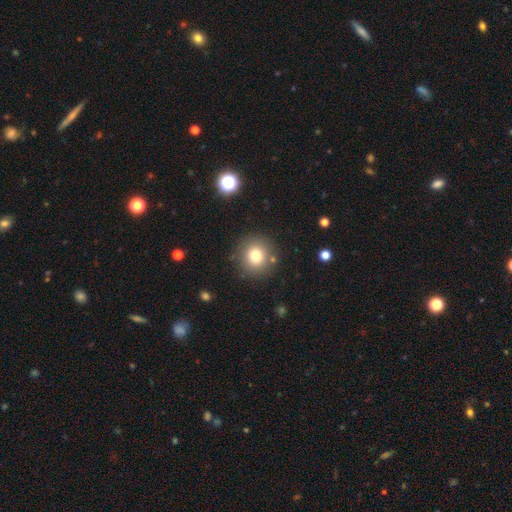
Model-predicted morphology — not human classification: smooth-or-featured: smooth: 77% | star or artifact: 13% | featured or disk: 11%
  how-rounded: round: 92% | in between: 7% | cigar-shaped: 1%
  merging: none: 85% | minor disturbance: 8% | merger: 4% | major disturbance: 3%